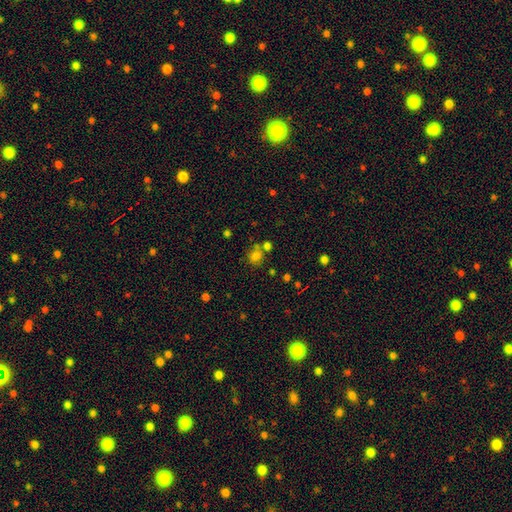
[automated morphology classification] smooth 75%, star or artifact 17%, featured or disk 8%. Down the decision tree: how rounded — round (80%); merging — none (60%).